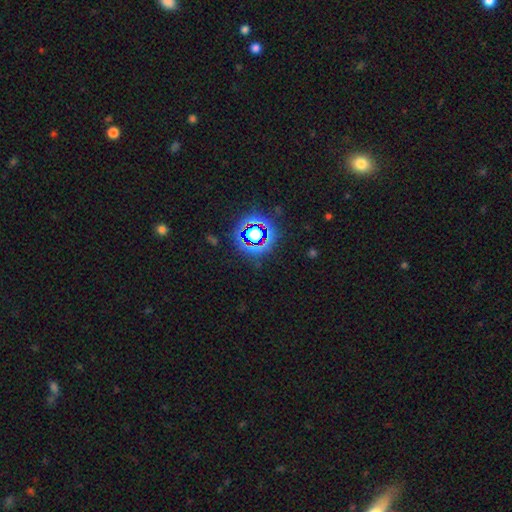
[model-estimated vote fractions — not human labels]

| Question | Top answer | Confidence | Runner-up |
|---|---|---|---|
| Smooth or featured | star or artifact | 79% | smooth (13%) |